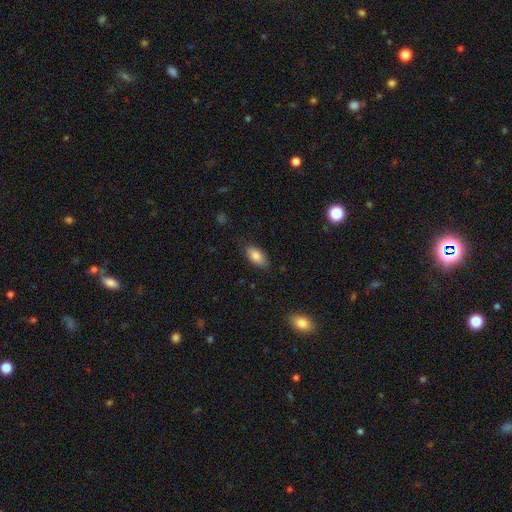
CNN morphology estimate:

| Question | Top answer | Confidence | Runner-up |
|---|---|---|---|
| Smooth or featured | smooth | 85% | featured or disk (8%) |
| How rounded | in between | 91% | cigar-shaped (6%) |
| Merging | none | 83% | minor disturbance (13%) |